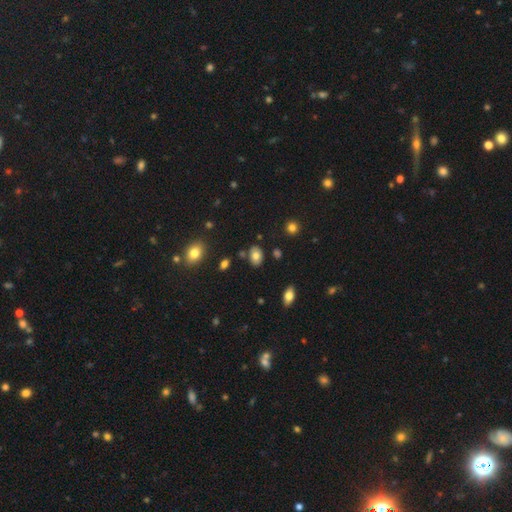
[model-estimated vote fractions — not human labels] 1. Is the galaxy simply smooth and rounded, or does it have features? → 76% smooth, 14% featured or disk, 10% star or artifact.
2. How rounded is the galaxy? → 82% in between, 17% round, 1% cigar-shaped.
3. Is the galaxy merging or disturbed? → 81% none, 13% minor disturbance, 4% merger, 3% major disturbance.